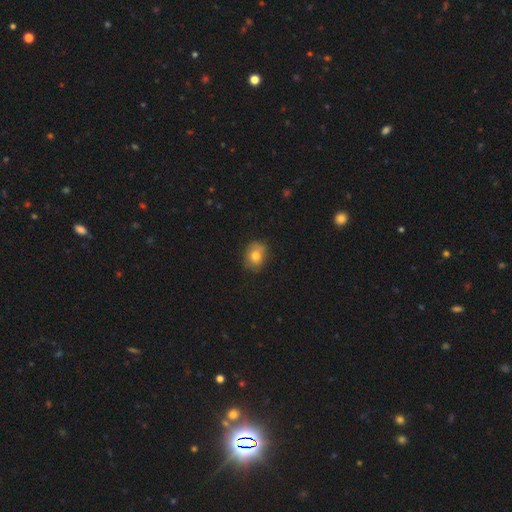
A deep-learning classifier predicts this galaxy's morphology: Smooth or featured?
  - smooth: 78% *
  - featured or disk: 12%
  - star or artifact: 10%
How rounded?
  - round: 58% *
  - in between: 41%
  - cigar-shaped: 1%
Merging?
  - none: 78% *
  - minor disturbance: 17%
  - major disturbance: 3%
  - merger: 1%